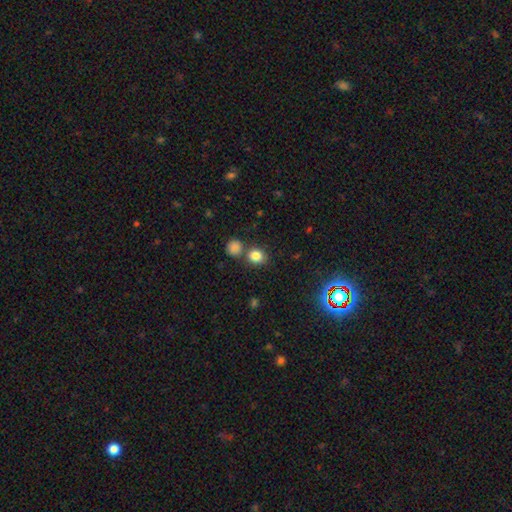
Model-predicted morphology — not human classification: smooth_or_featured: smooth (p=0.82) [alt: star or artifact p=0.13]
how_rounded: round (p=0.69) [alt: in between p=0.30]
merging: none (p=0.69) [alt: merger p=0.18]